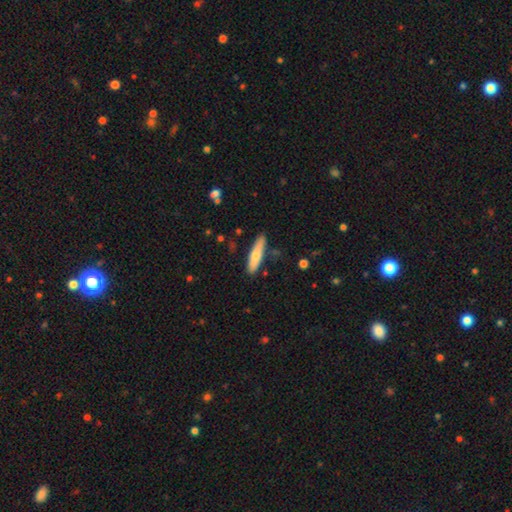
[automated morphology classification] smooth_or_featured: smooth (p=0.70) [alt: featured or disk p=0.24]
how_rounded: cigar-shaped (p=0.76) [alt: in between p=0.23]
merging: none (p=0.84) [alt: minor disturbance p=0.11]